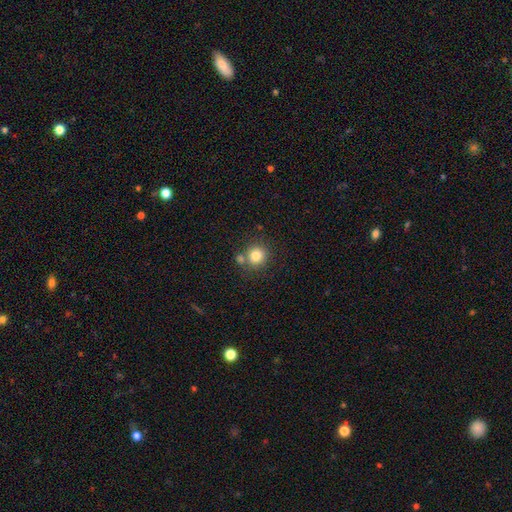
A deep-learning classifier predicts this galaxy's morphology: Q: Smooth or featured?
A: smooth (81%); runner-up: star or artifact (11%)
Q: How rounded?
A: round (89%); runner-up: in between (10%)
Q: Merging?
A: none (66%); runner-up: merger (22%)